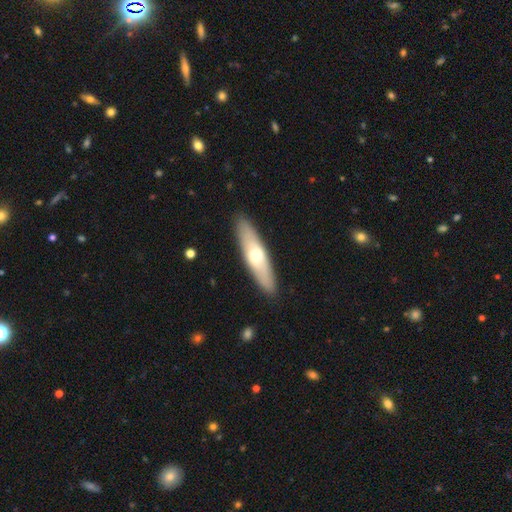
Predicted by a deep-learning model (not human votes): This is possibly a smooth galaxy (51%). How rounded: likely cigar-shaped (68%). Merging: clearly none (90%).